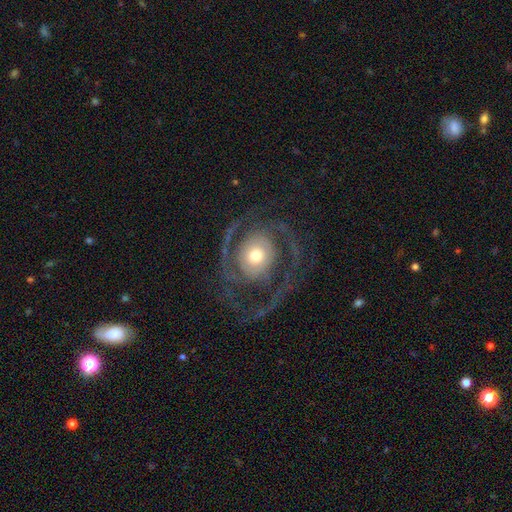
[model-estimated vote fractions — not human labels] Q: Smooth or featured?
A: featured or disk (84%); runner-up: smooth (11%)
Q: Edge-on disk?
A: no (97%); runner-up: yes (3%)
Q: Bar?
A: no (77%); runner-up: weak (17%)
Q: Spiral arms?
A: yes (91%); runner-up: no (9%)
Q: Spiral winding?
A: medium (41%); runner-up: tight (37%)
Q: Spiral arm count?
A: 2 (61%); runner-up: 3 (11%)
Q: Bulge size?
A: moderate (60%); runner-up: small (21%)
Q: Merging?
A: none (64%); runner-up: major disturbance (21%)